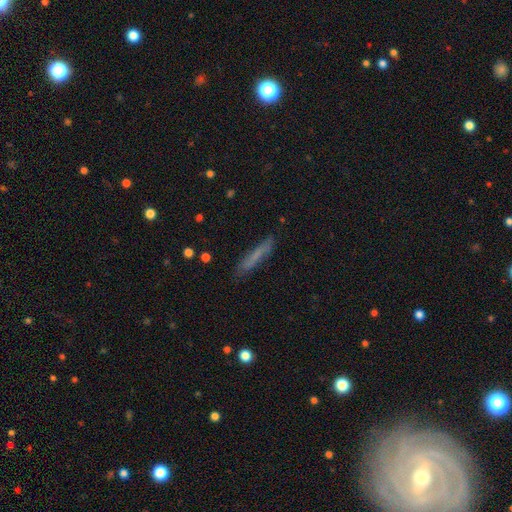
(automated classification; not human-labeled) This appears to be a smooth galaxy with no disk features (65%) that is cigar-shaped (92%). Merging: none (82%).